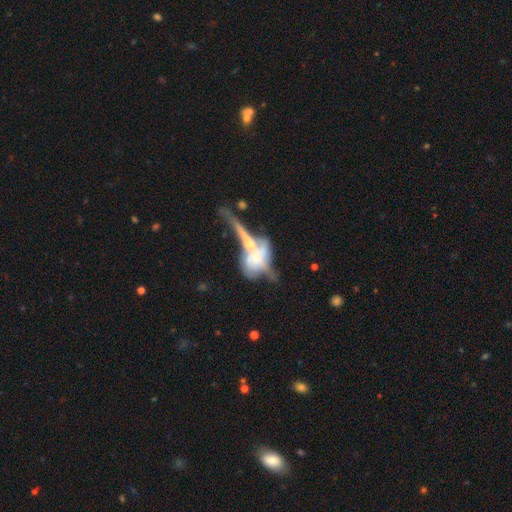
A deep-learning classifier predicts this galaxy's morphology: This is possibly a featured or disk galaxy (55%). It is likely not viewed edge-on (62%). Merging: possibly merger (55%).